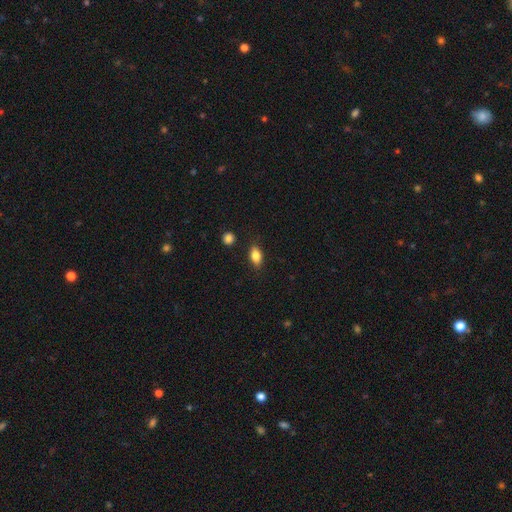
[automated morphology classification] A smooth galaxy with no disk features (84%) that is in between round and cigar-shaped (84%). Merging: none (85%).